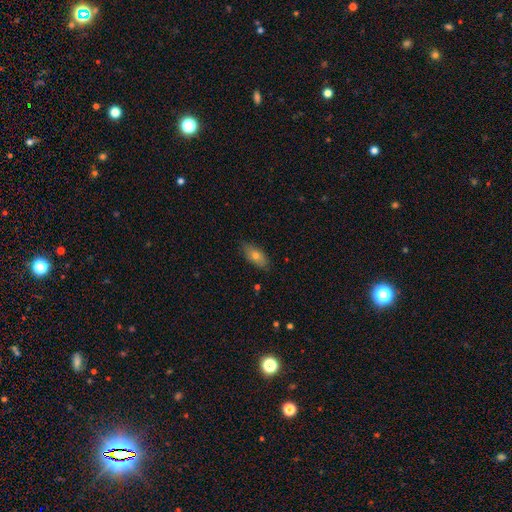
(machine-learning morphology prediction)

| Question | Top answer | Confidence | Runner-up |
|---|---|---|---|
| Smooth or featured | smooth | 67% | featured or disk (24%) |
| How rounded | in between | 81% | cigar-shaped (15%) |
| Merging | none | 83% | minor disturbance (14%) |